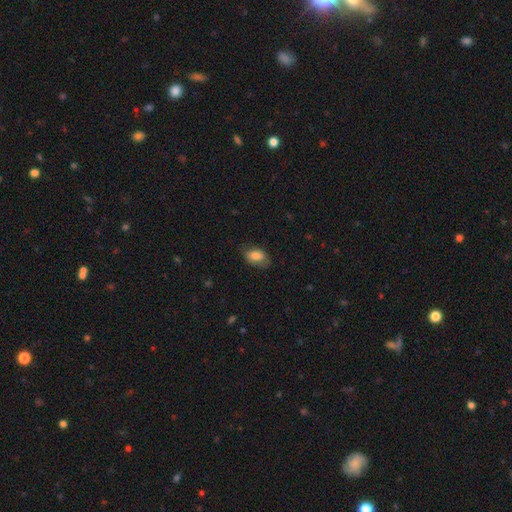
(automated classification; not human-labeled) Morphology: type=smooth (75%); roundness=in between (89%); merging=none (67%).